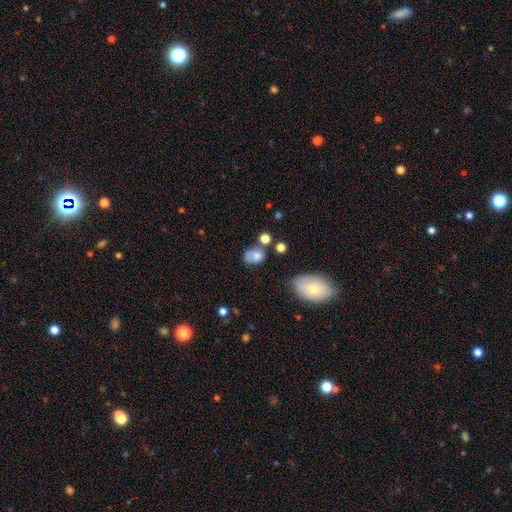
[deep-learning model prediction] smooth-or-featured: smooth: 71% | featured or disk: 19% | star or artifact: 11%
  how-rounded: in between: 56% | round: 42% | cigar-shaped: 1%
  merging: none: 40% | minor disturbance: 28% | merger: 17% | major disturbance: 15%